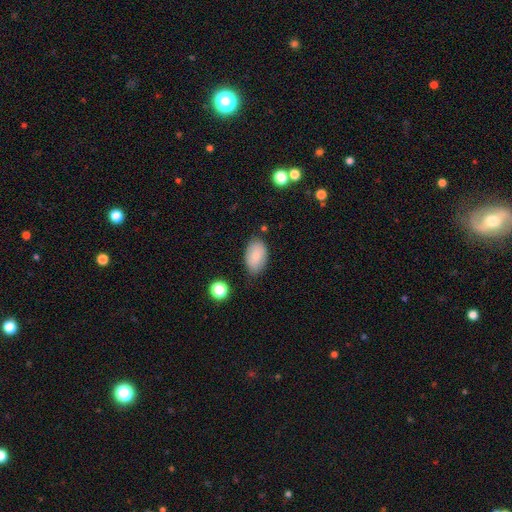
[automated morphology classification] smooth 79%, featured or disk 14%, star or artifact 7%. Down the decision tree: how rounded — in between (92%); merging — none (78%).